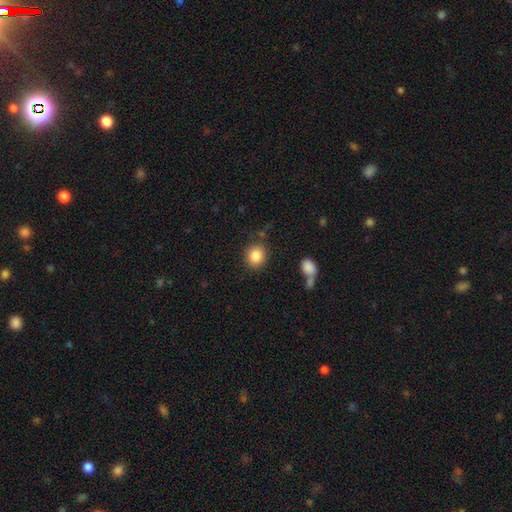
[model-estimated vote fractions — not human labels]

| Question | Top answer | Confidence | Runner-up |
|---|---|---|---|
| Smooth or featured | smooth | 85% | star or artifact (9%) |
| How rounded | round | 80% | in between (19%) |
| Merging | none | 83% | minor disturbance (10%) |